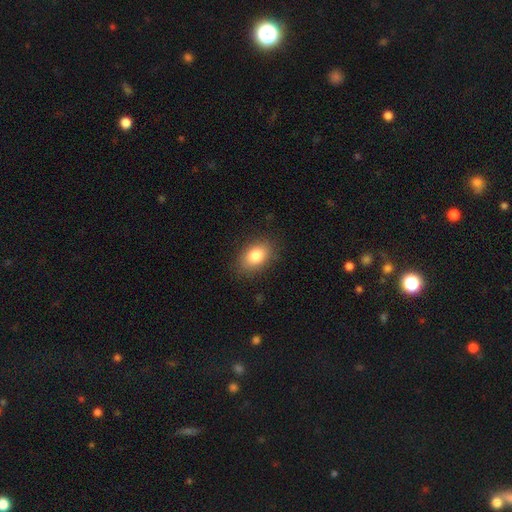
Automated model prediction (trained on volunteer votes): A smooth galaxy with no disk features (84%) that is in between round and cigar-shaped (86%).

Vote fractions:
- Smooth or featured? smooth: 84% / featured or disk: 8% / star or artifact: 8%
- How rounded? in between: 86% / round: 13% / cigar-shaped: 1%
- Merging? none: 85% / minor disturbance: 11% / major disturbance: 3% / merger: 1%